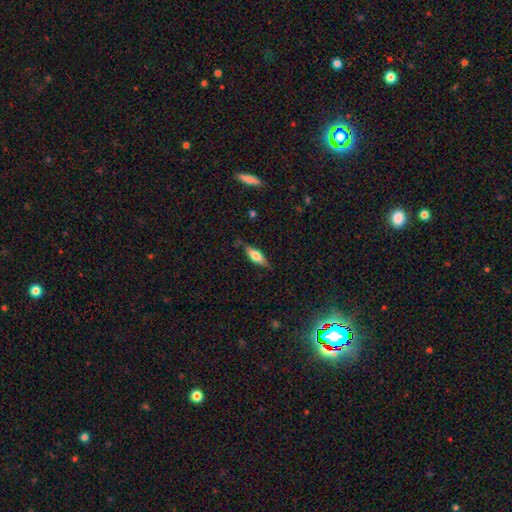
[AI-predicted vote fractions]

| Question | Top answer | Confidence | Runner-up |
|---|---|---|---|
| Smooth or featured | smooth | 59% | featured or disk (34%) |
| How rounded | in between | 57% | cigar-shaped (40%) |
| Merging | none | 78% | minor disturbance (16%) |